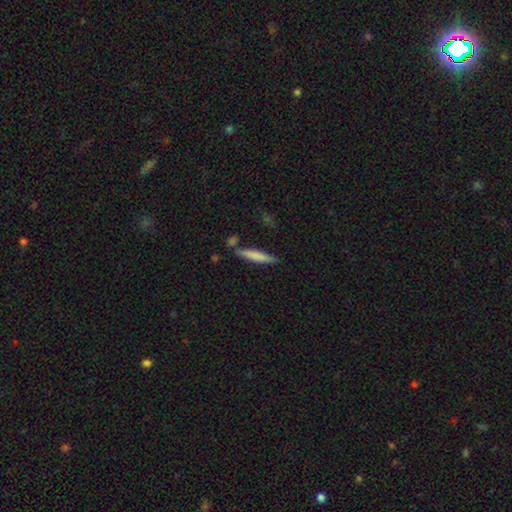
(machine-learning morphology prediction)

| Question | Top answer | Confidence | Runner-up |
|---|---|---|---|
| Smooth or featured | smooth | 72% | featured or disk (22%) |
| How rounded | cigar-shaped | 92% | in between (7%) |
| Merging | none | 79% | minor disturbance (12%) |